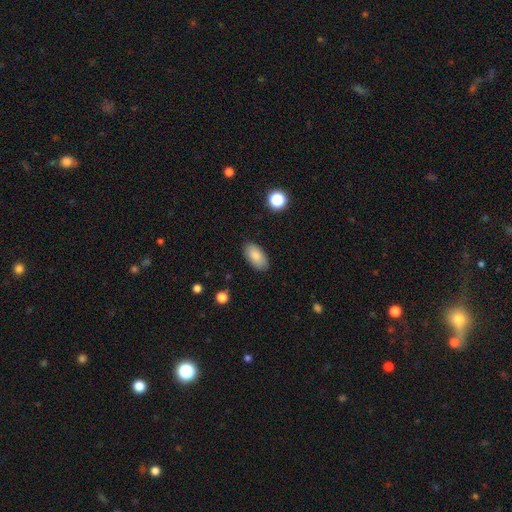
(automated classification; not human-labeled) Smooth or featured? smooth (85%)
How rounded? in between (95%)
Merging? none (87%)